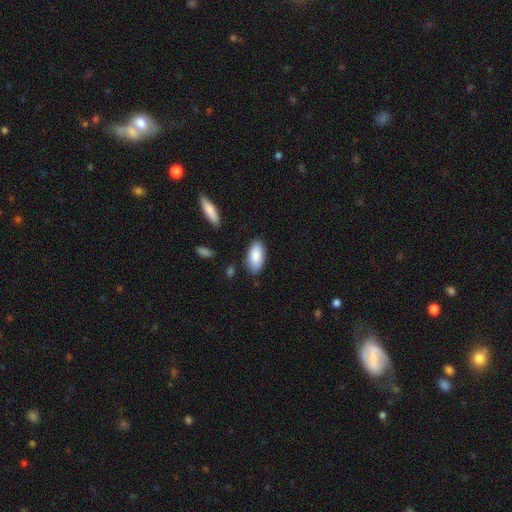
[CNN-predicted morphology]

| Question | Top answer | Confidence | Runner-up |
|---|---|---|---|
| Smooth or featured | smooth | 87% | featured or disk (7%) |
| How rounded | in between | 93% | cigar-shaped (5%) |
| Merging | none | 81% | minor disturbance (14%) |